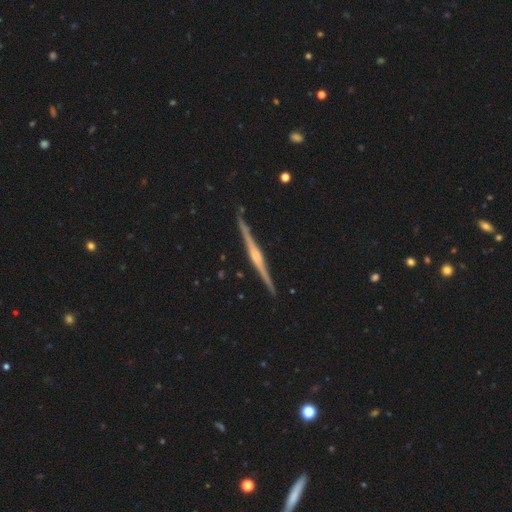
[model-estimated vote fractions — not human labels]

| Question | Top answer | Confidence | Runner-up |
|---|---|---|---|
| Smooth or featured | featured or disk | 87% | smooth (8%) |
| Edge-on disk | yes | 99% | no (1%) |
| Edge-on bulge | rounded | 69% | boxy (18%) |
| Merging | none | 91% | minor disturbance (6%) |